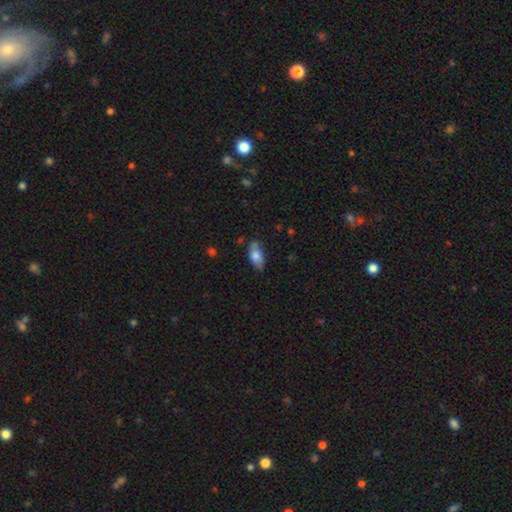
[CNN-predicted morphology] This is likely a smooth galaxy (70%). How rounded: clearly in between (87%). Merging: likely none (66%).